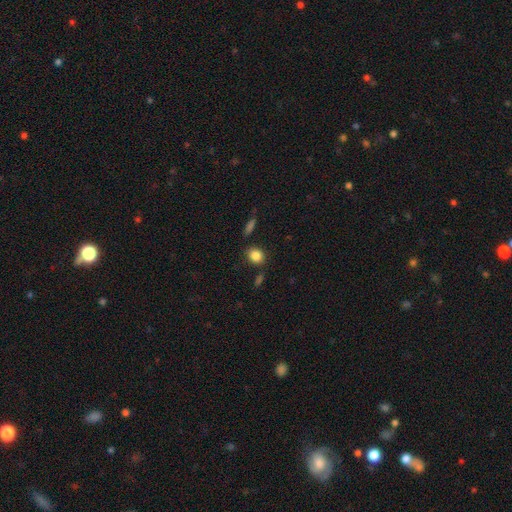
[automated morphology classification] smooth-or-featured: smooth: 85% | star or artifact: 9% | featured or disk: 5%
  how-rounded: round: 52% | in between: 46% | cigar-shaped: 2%
  merging: none: 81% | minor disturbance: 11% | merger: 5% | major disturbance: 3%